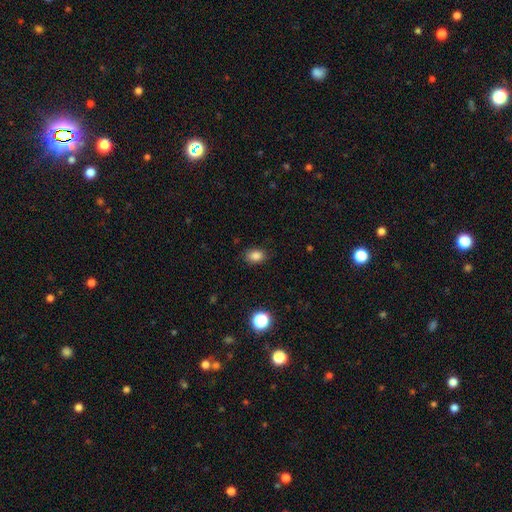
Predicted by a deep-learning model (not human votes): smooth 84%, star or artifact 12%, featured or disk 4%. Down the decision tree: how rounded — in between (74%); merging — none (84%).